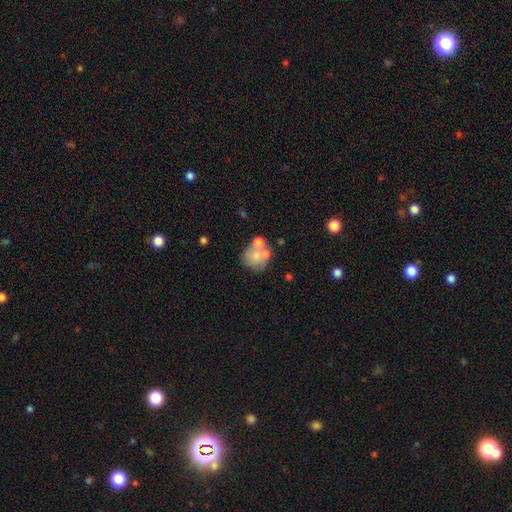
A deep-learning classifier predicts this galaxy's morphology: Smooth or featured? smooth (60%)
How rounded? round (78%)
Merging? none (42%)